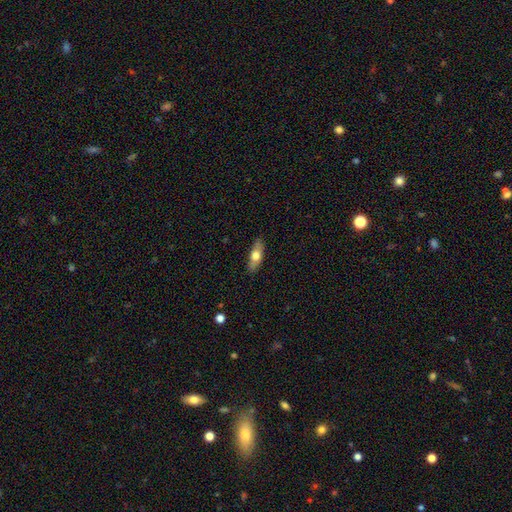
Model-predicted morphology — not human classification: This is likely a smooth galaxy (63%). How rounded: possibly in between (60%). Merging: clearly none (87%).